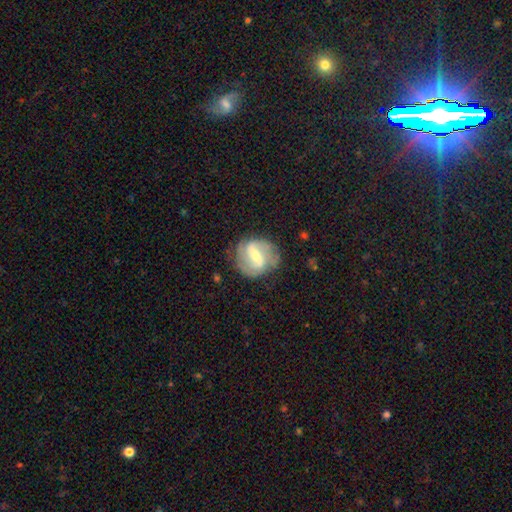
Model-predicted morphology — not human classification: smooth_or_featured: featured or disk (p=0.77) [alt: smooth p=0.17]
disk_edge_on: no (p=0.97) [alt: yes p=0.03]
bar: strong (p=0.45) [alt: weak p=0.43]
has_spiral_arms: yes (p=0.89) [alt: no p=0.11]
spiral_winding: medium (p=0.45) [alt: loose p=0.28]
spiral_arm_count: 2 (p=0.74) [alt: can't tell p=0.13]
bulge_size: small (p=0.47) [alt: moderate p=0.46]
merging: none (p=0.73) [alt: minor disturbance p=0.17]